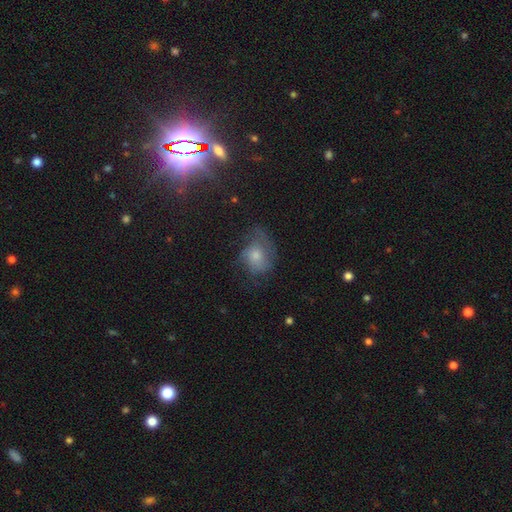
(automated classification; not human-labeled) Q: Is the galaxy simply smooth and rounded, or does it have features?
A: featured or disk — 47%.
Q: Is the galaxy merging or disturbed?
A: none — 48%.